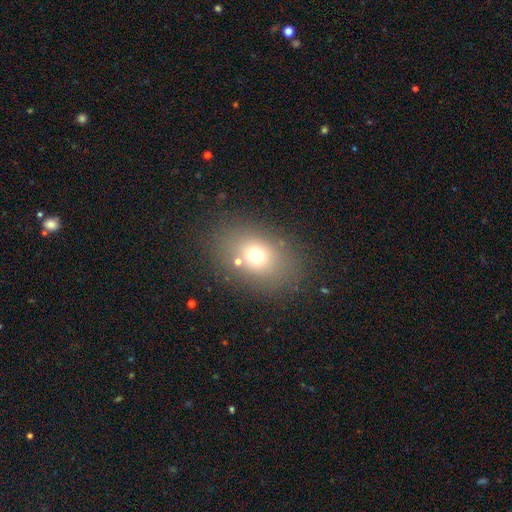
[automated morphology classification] Q: Smooth or featured?
A: smooth (68%); runner-up: star or artifact (17%)
Q: How rounded?
A: in between (65%); runner-up: round (33%)
Q: Merging?
A: none (78%); runner-up: minor disturbance (11%)